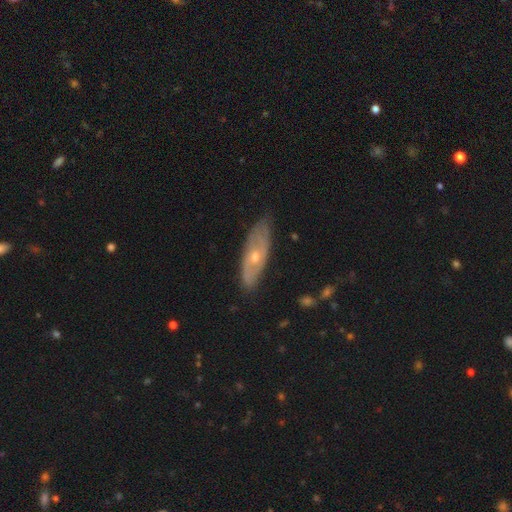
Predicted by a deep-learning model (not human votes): Smooth or featured?
  - featured or disk: 66% *
  - smooth: 27%
  - star or artifact: 7%
Edge-on disk?
  - no: 73% *
  - yes: 27%
Merging?
  - none: 79% *
  - minor disturbance: 17%
  - major disturbance: 3%
  - merger: 1%